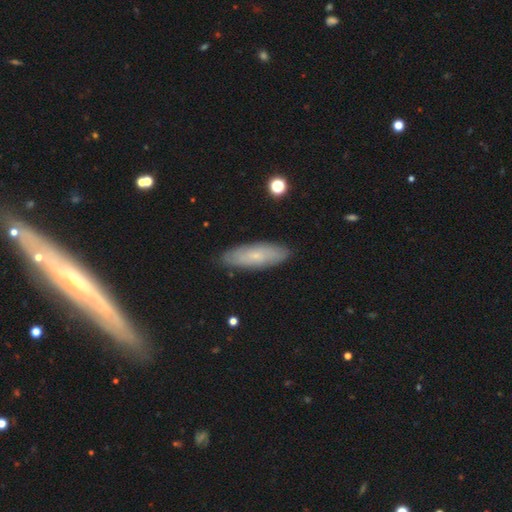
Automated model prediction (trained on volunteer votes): Smooth or featured: smooth — 58% (featured or disk — 34%)
How rounded: in between — 52% (cigar-shaped — 45%)
Merging: none — 86% (minor disturbance — 10%)